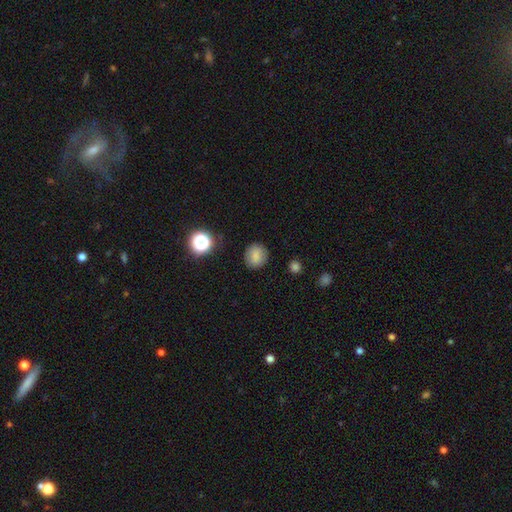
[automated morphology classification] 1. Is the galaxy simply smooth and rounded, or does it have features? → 81% smooth, 12% star or artifact, 7% featured or disk.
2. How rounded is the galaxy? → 83% round, 16% in between, 1% cigar-shaped.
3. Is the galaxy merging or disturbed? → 87% none, 9% minor disturbance, 3% major disturbance, 1% merger.